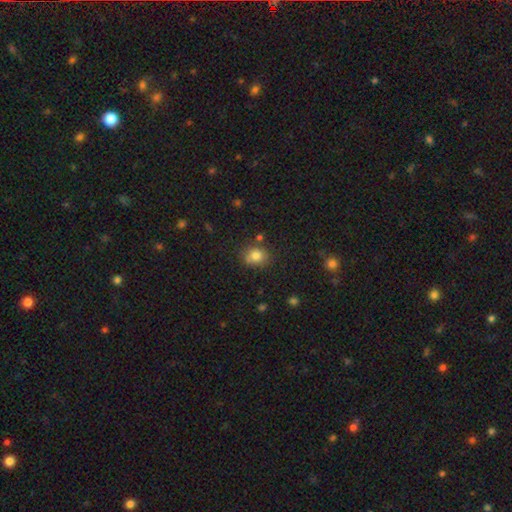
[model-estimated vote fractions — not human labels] Smooth or featured? smooth (80%)
How rounded? round (72%)
Merging? none (70%)